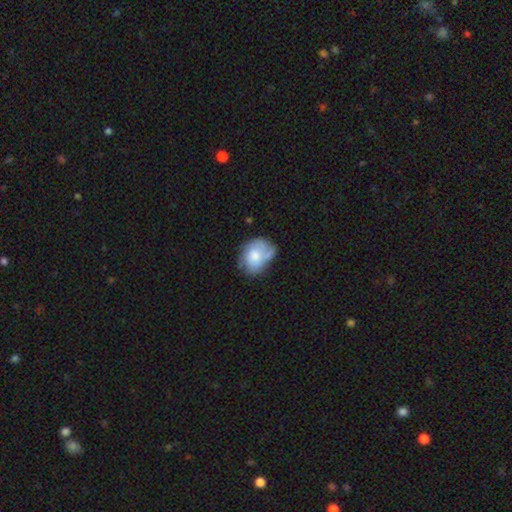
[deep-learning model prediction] The model was most divided on "merging": none: 41%, minor disturbance: 32%, major disturbance: 15%, merger: 12%. More confident: smooth or featured — smooth (62%); how rounded — in between (56%).